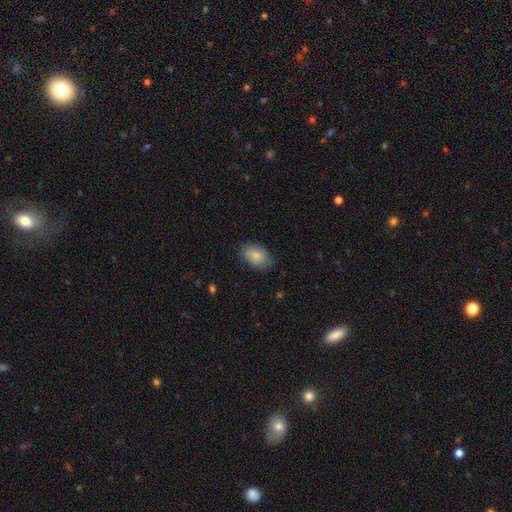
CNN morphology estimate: smooth 86%, featured or disk 8%, star or artifact 7%. Down the decision tree: how rounded — in between (87%); merging — none (79%).